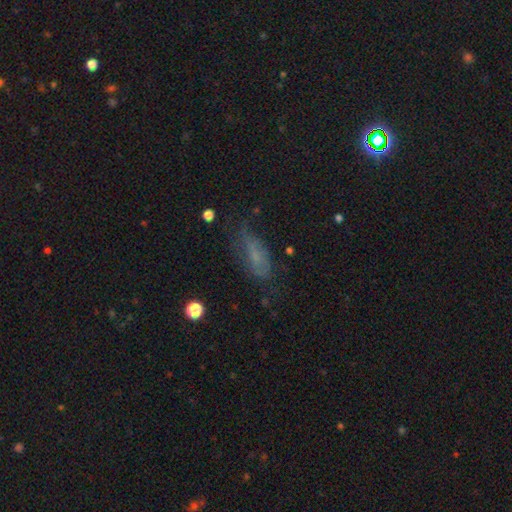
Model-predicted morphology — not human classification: smooth-or-featured: smooth: 50% | featured or disk: 31% | star or artifact: 19%
  merging: none: 54% | minor disturbance: 27% | major disturbance: 17% | merger: 3%